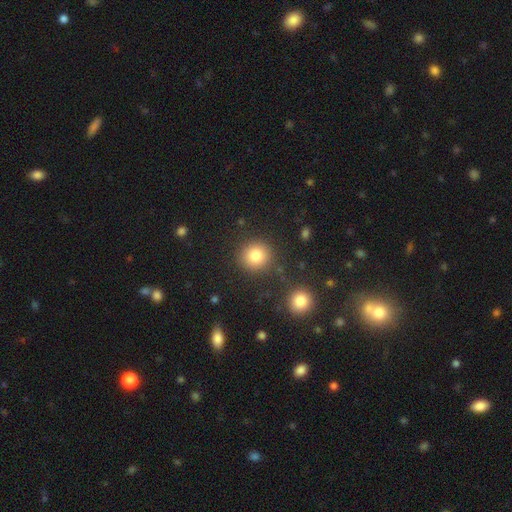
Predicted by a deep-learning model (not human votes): smooth 82%, star or artifact 11%, featured or disk 7%. Down the decision tree: how rounded — round (91%); merging — none (86%).